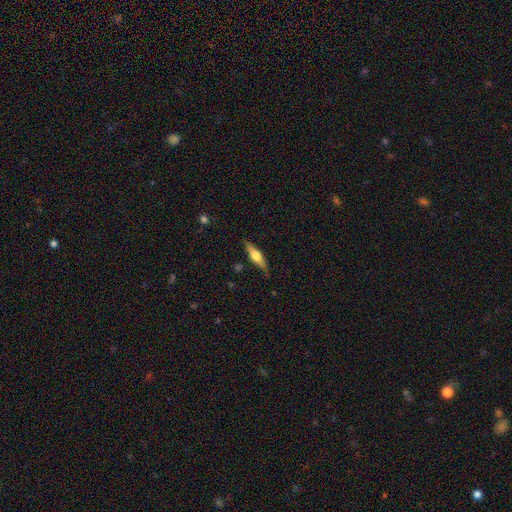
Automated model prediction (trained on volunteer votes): Smooth or featured?
  - featured or disk: 58% *
  - smooth: 36%
  - star or artifact: 6%
Edge-on disk?
  - yes: 95% *
  - no: 5%
Edge-on bulge?
  - rounded: 89% *
  - boxy: 8%
  - none: 3%
Merging?
  - none: 83% *
  - minor disturbance: 13%
  - major disturbance: 3%
  - merger: 1%